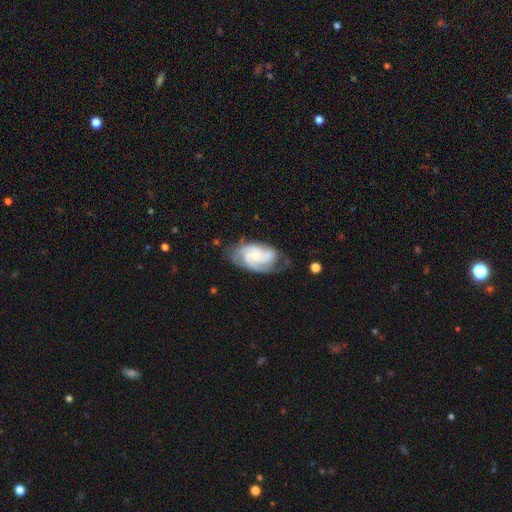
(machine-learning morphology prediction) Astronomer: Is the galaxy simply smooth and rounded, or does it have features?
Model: featured or disk — 86%.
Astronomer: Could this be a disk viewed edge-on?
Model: no — 97%.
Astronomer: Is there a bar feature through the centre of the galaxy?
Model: no — 63%.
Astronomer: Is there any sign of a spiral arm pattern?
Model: yes — 97%.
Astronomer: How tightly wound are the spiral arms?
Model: tight — 52% (runner-up: medium, 40%).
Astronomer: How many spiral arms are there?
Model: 3 — 40% (runner-up: 2, 36%).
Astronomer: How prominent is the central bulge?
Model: small — 60%.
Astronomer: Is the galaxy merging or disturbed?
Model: none — 64%.